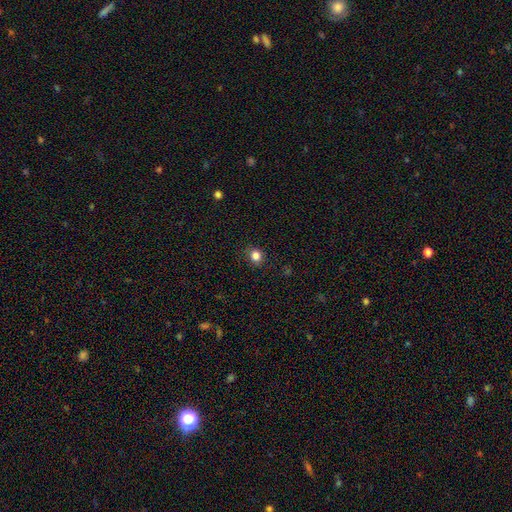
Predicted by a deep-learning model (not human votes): The model was most divided on "how rounded": round: 79%, in between: 20%, cigar-shaped: 1%. More confident: merging — none (90%); smooth or featured — smooth (83%).